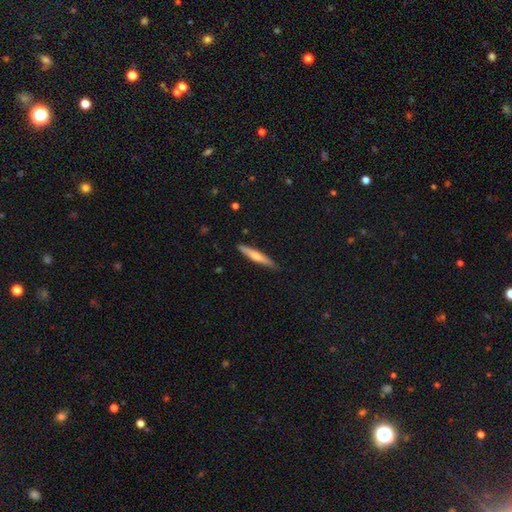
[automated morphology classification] Smooth or featured? Predicted: smooth (p=0.53). How rounded? Predicted: cigar-shaped (p=0.92). Merging? Predicted: none (p=0.87).